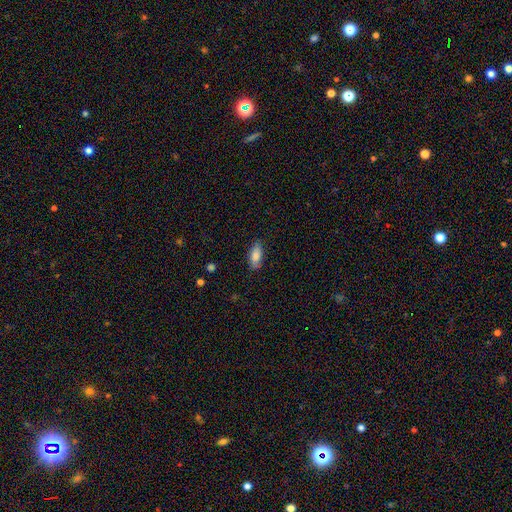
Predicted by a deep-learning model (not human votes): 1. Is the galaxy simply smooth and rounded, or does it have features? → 83% smooth, 10% featured or disk, 7% star or artifact.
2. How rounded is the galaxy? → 82% in between, 16% cigar-shaped, 2% round.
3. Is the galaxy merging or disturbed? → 83% none, 13% minor disturbance, 3% major disturbance, 1% merger.